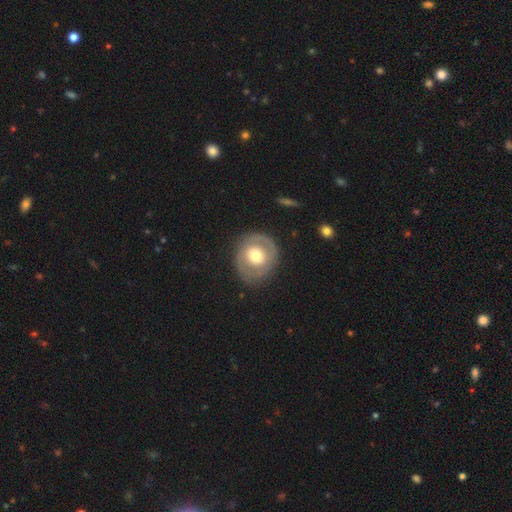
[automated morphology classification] type=featured or disk (55%); edge-on=no (96%); bar=no (68%); spiral arms=no (55%); bulge=moderate (67%); merging=none (81%).